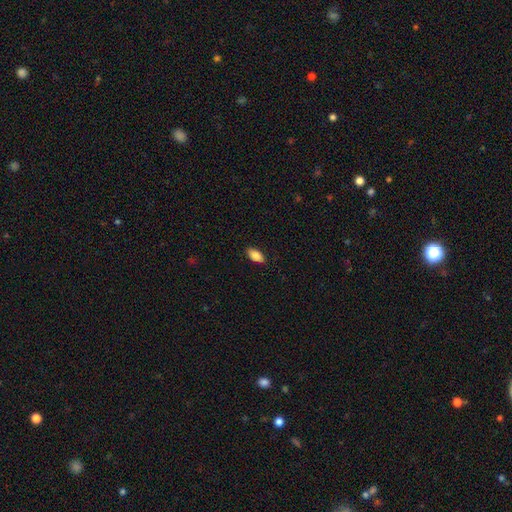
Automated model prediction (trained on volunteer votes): Smooth or featured? Predicted: smooth (p=0.86). How rounded? Predicted: in between (p=0.91). Merging? Predicted: none (p=0.89).